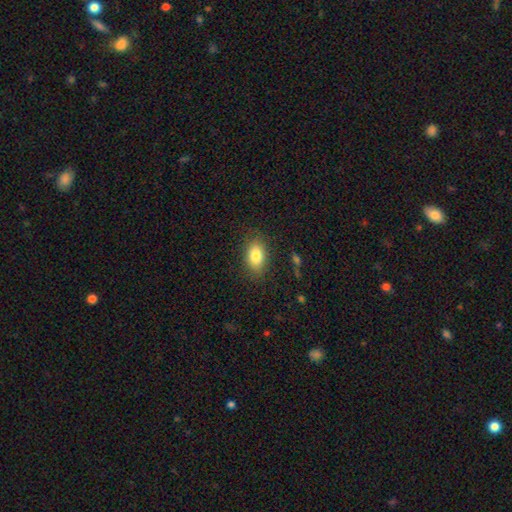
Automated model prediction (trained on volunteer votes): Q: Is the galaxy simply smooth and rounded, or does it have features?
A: smooth — 82%.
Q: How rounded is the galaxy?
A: in between — 86%.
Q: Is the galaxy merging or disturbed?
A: none — 85%.